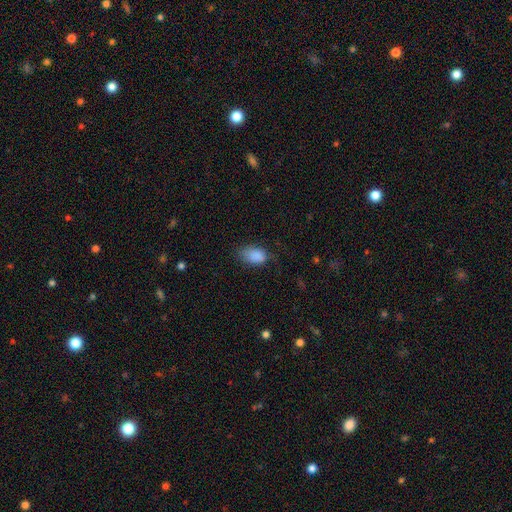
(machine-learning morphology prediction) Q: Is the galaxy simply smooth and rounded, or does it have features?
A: smooth — 87%.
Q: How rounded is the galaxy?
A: in between — 90%.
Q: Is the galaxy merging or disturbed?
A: none — 62%.